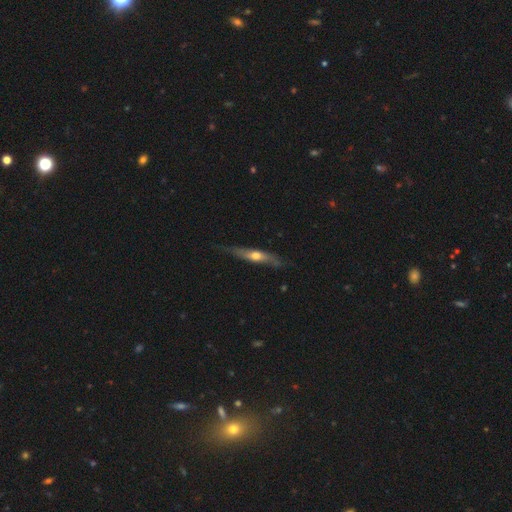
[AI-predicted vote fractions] smooth-or-featured: featured or disk: 55% | smooth: 39% | star or artifact: 5%
  disk-edge-on: yes: 80% | no: 20%
  merging: none: 68% | minor disturbance: 25% | major disturbance: 6% | merger: 2%